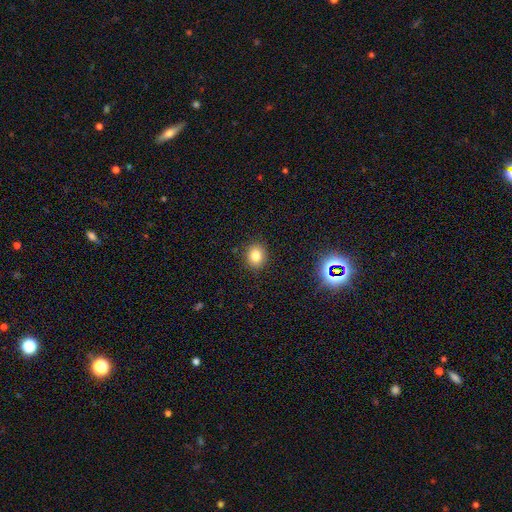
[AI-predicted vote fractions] Morphology: type=smooth (81%); roundness=round (62%); merging=none (88%).